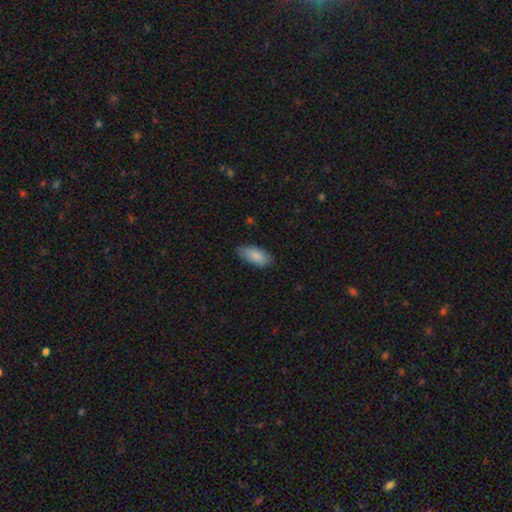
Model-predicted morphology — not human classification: Overall: smooth (88%). How rounded: in between (89%). Merging: none (83%).